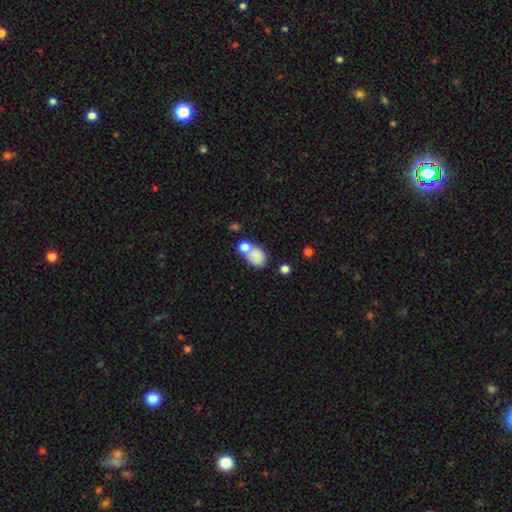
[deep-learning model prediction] smooth-or-featured: smooth: 81% | featured or disk: 10% | star or artifact: 9%
  how-rounded: in between: 73% | round: 26% | cigar-shaped: 2%
  merging: merger: 44% | none: 36% | minor disturbance: 14% | major disturbance: 7%